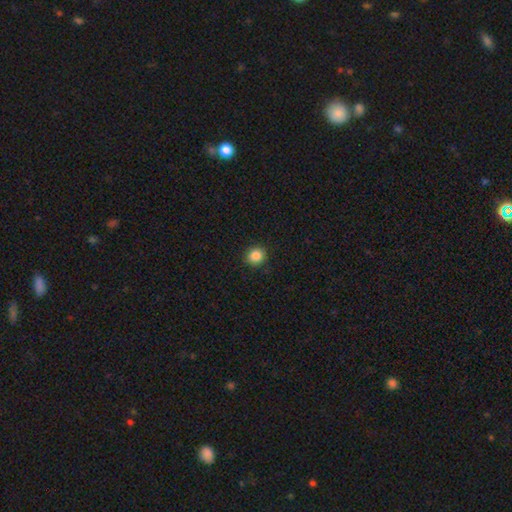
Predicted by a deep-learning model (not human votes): Smooth or featured? Predicted: smooth (p=0.86). How rounded? Predicted: round (p=0.88). Merging? Predicted: none (p=0.91).